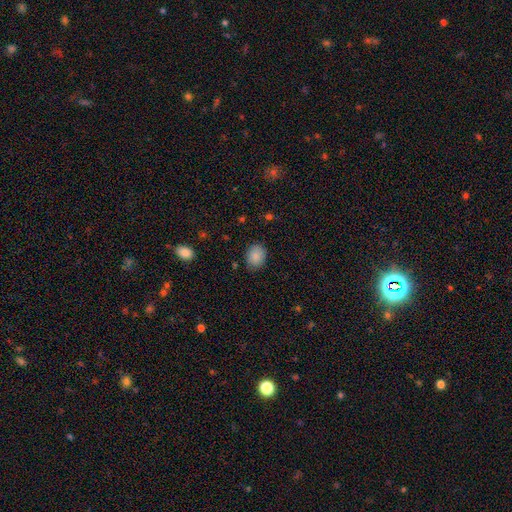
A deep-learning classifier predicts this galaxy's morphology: smooth 88%, star or artifact 8%, featured or disk 4%. Down the decision tree: how rounded — in between (57%); merging — none (83%).